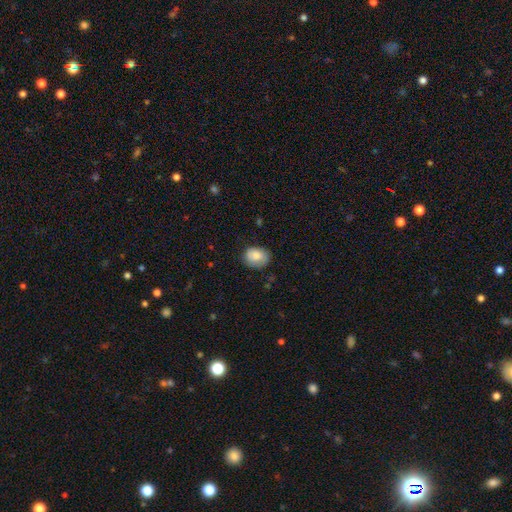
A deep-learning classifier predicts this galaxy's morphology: Smooth or featured? smooth (82%)
How rounded? in between (56%)
Merging? none (75%)